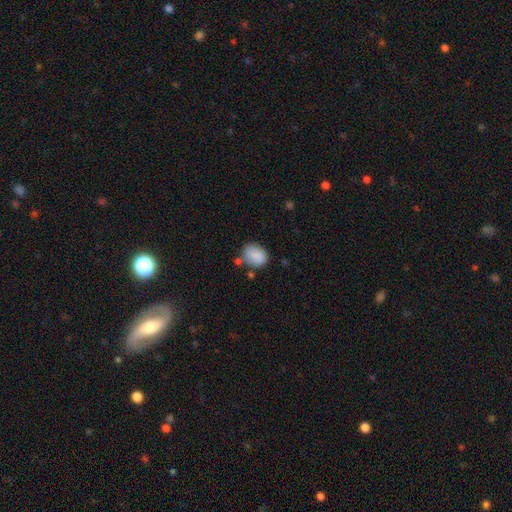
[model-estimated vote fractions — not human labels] smooth 86%, star or artifact 7%, featured or disk 7%. Down the decision tree: how rounded — in between (61%); merging — none (64%).